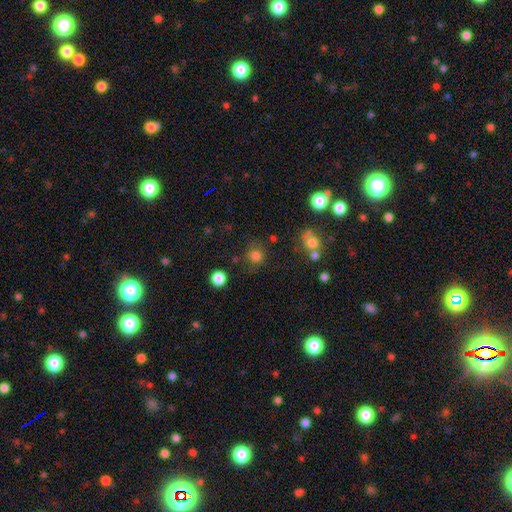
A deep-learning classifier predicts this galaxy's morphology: A smooth galaxy with no disk features (78%) that is round (89%). Merging: none (76%).